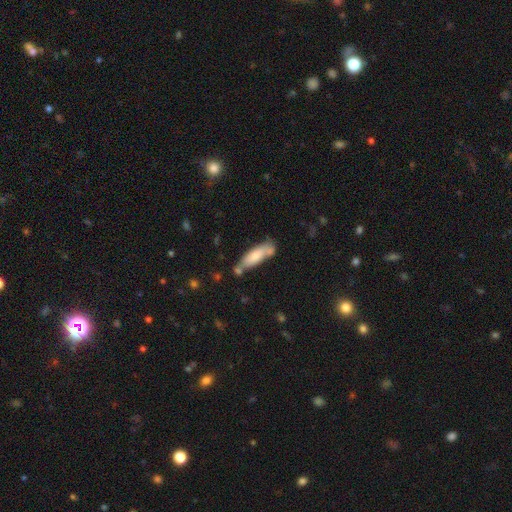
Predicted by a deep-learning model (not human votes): The model was most divided on "how rounded": in between: 50%, cigar-shaped: 48%, round: 2%. More confident: smooth or featured — smooth (74%); merging — none (52%).